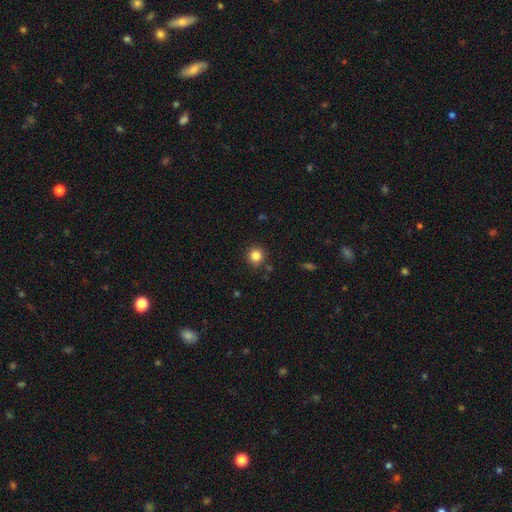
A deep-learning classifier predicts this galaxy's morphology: Smooth or featured: smooth — 84% (star or artifact — 12%)
How rounded: round — 93% (in between — 6%)
Merging: none — 87% (minor disturbance — 8%)